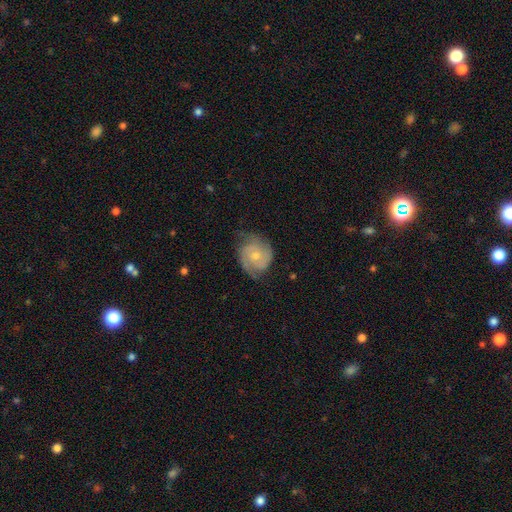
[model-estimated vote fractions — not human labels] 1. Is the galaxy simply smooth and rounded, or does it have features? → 77% featured or disk, 17% smooth, 6% star or artifact.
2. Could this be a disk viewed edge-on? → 98% no, 2% yes.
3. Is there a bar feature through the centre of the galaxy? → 71% no, 25% weak, 4% strong.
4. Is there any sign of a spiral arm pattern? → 95% yes, 5% no.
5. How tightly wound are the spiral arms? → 45% tight, 42% medium, 13% loose.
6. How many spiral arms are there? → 65% 2, 15% 3, 12% can't tell, 3% 1, 3% 4, 2% more than 4.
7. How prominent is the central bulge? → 54% small, 41% moderate, 2% none, 2% large, 1% dominant.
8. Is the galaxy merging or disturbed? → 66% none, 24% minor disturbance, 8% major disturbance, 1% merger.